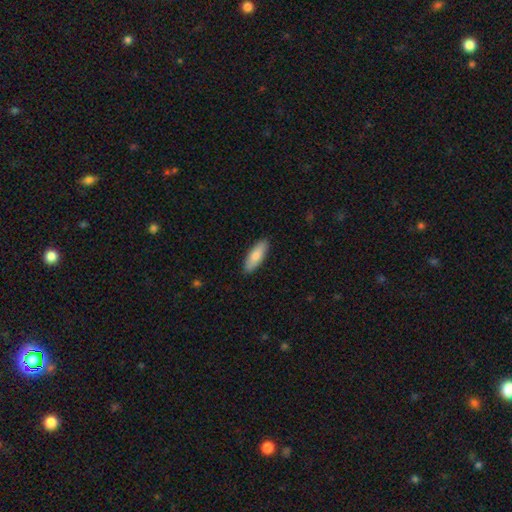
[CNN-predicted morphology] A smooth galaxy with no disk features (83%) that is in between round and cigar-shaped (63%).

Vote fractions:
- Smooth or featured? smooth: 83% / featured or disk: 12% / star or artifact: 5%
- How rounded? in between: 63% / cigar-shaped: 35% / round: 2%
- Merging? none: 89% / minor disturbance: 8% / major disturbance: 2% / merger: 1%